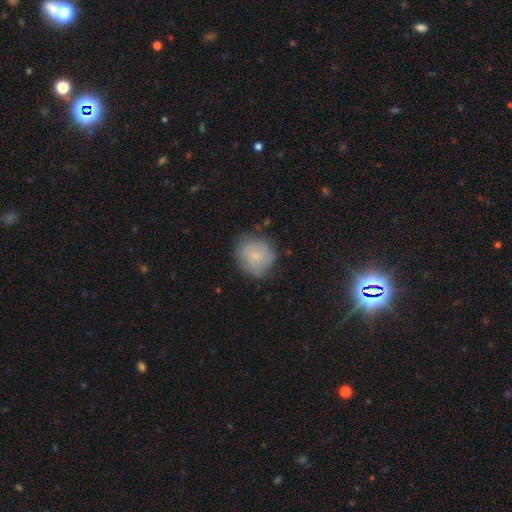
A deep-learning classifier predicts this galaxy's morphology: Overall: smooth (61%; featured or disk 31%). How rounded: round (84%). Merging: none (71%).